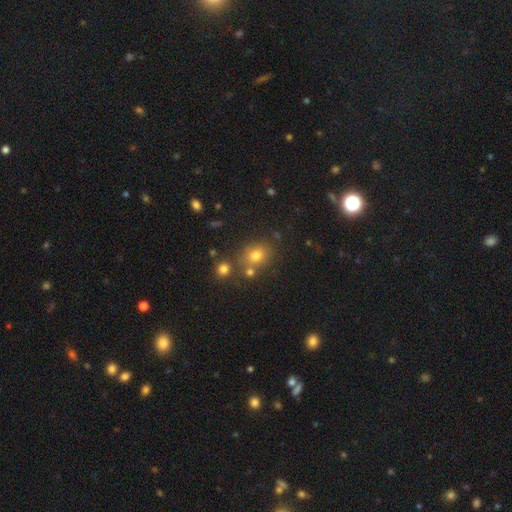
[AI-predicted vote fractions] Smooth or featured?
  - smooth: 73% *
  - star or artifact: 17%
  - featured or disk: 10%
How rounded?
  - round: 64% *
  - in between: 35%
  - cigar-shaped: 1%
Merging?
  - none: 70% *
  - merger: 15%
  - minor disturbance: 11%
  - major disturbance: 4%